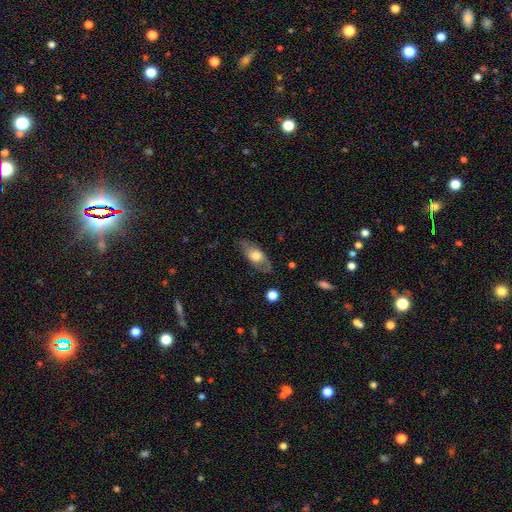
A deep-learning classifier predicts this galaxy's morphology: The model was most divided on "smooth or featured": smooth: 53%, featured or disk: 41%, star or artifact: 6%. More confident: how rounded — in between (83%); merging — none (77%).